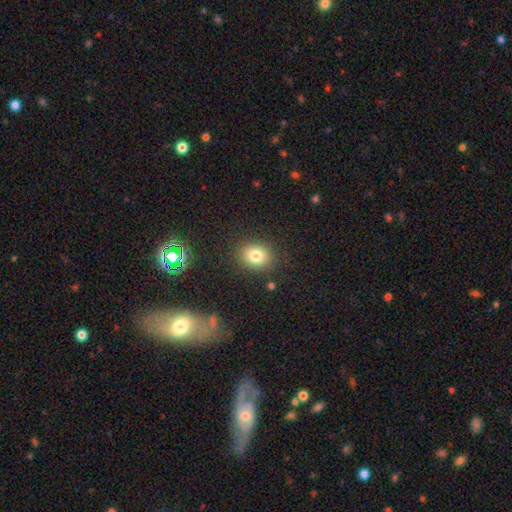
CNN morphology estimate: smooth 79%, star or artifact 12%, featured or disk 8%. Down the decision tree: how rounded — round (60%); merging — none (86%).